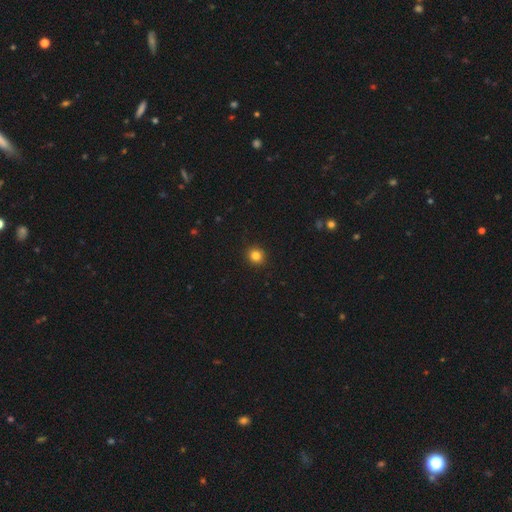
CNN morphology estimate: A smooth galaxy with no disk features (83%) that is round (89%). Merging: none (92%).